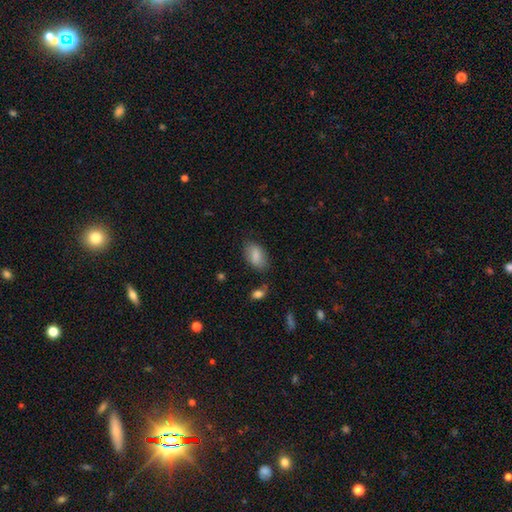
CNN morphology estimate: Overall: smooth (85%). How rounded: in between (92%). Merging: none (75%).